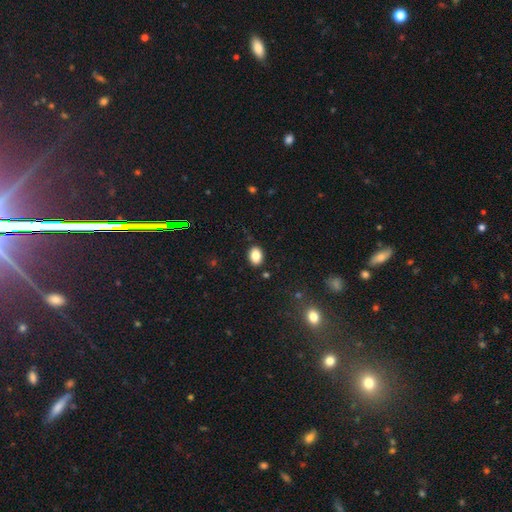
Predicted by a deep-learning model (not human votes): A smooth galaxy with no disk features (84%) that is in between round and cigar-shaped (76%).

Vote fractions:
- Smooth or featured? smooth: 84% / star or artifact: 9% / featured or disk: 7%
- How rounded? in between: 76% / round: 23% / cigar-shaped: 1%
- Merging? none: 88% / minor disturbance: 9% / major disturbance: 2% / merger: 1%